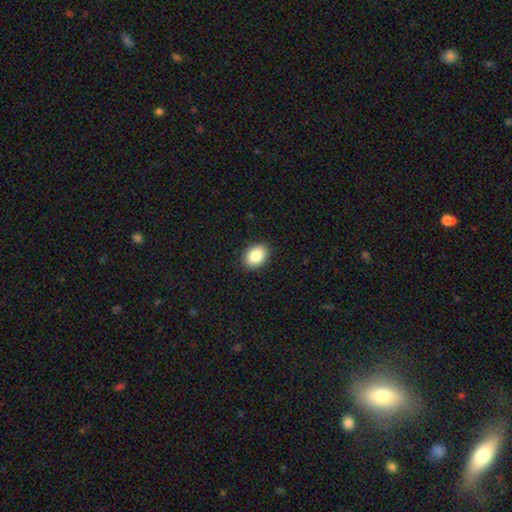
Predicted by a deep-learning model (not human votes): The model was most divided on "how rounded": in between: 68%, round: 31%, cigar-shaped: 1%. More confident: merging — none (90%); smooth or featured — smooth (85%).